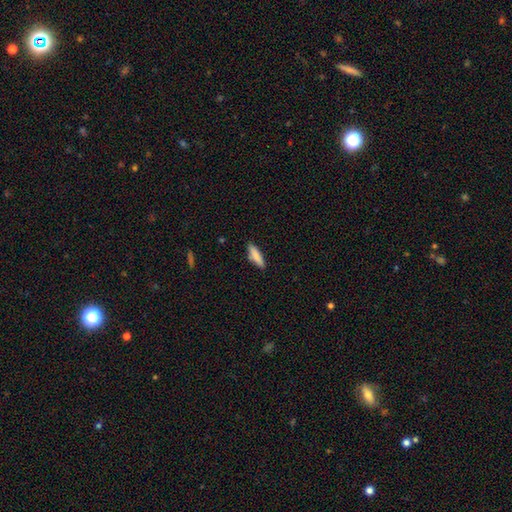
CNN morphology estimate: Smooth or featured? Predicted: smooth (p=0.82). How rounded? Predicted: cigar-shaped (p=0.63). Merging? Predicted: none (p=0.85).